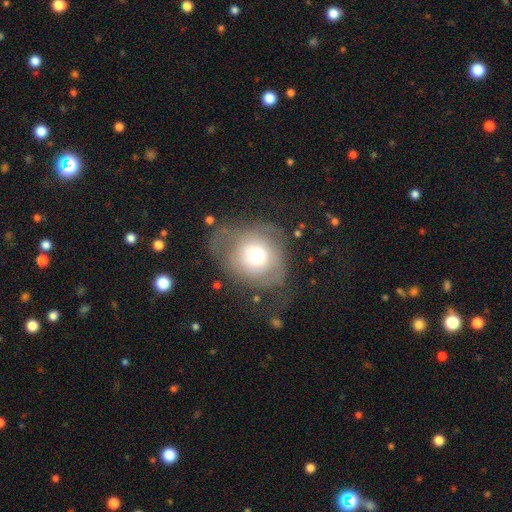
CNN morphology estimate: The model was most divided on "merging": none: 42%, major disturbance: 32%, minor disturbance: 23%, merger: 3%. More confident: how rounded — round (71%); smooth or featured — smooth (54%).